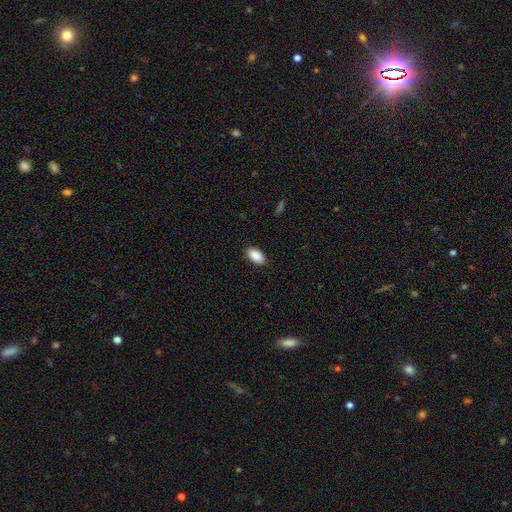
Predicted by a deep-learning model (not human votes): A smooth galaxy with no disk features (89%) that is in between round and cigar-shaped (94%).

Vote fractions:
- Smooth or featured? smooth: 89% / star or artifact: 7% / featured or disk: 4%
- How rounded? in between: 94% / round: 3% / cigar-shaped: 3%
- Merging? none: 88% / minor disturbance: 9% / major disturbance: 2% / merger: 1%